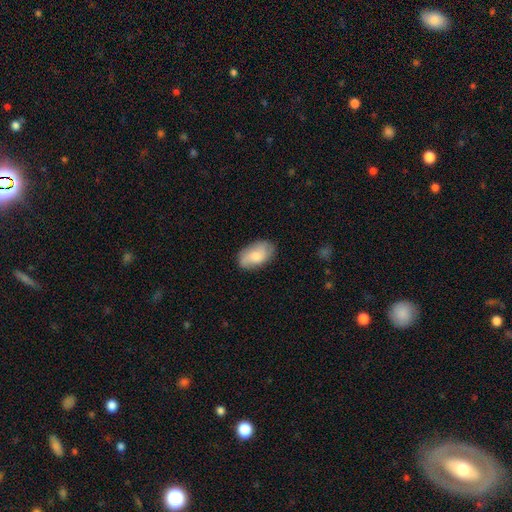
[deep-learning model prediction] A smooth galaxy with no disk features (68%) that is in between round and cigar-shaped (93%).

Vote fractions:
- Smooth or featured? smooth: 68% / featured or disk: 26% / star or artifact: 7%
- How rounded? in between: 93% / round: 6% / cigar-shaped: 2%
- Merging? none: 77% / minor disturbance: 18% / major disturbance: 4% / merger: 1%